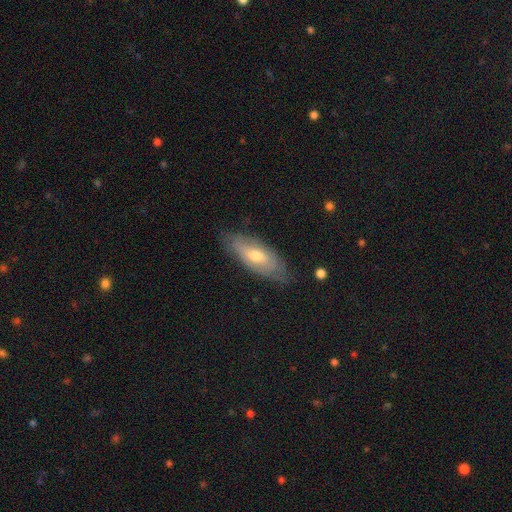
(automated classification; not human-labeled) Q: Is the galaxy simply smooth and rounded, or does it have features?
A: smooth — 47%, tied with featured or disk.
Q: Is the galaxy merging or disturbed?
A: none — 72%.